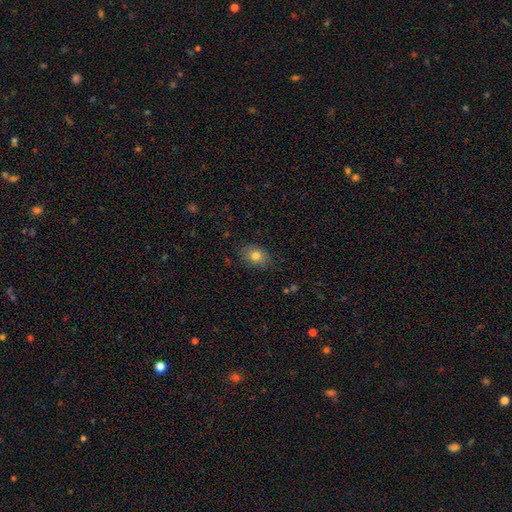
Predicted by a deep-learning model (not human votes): This appears to be a smooth galaxy with no disk features (80%) that is in between round and cigar-shaped (70%). Merging: none (83%).